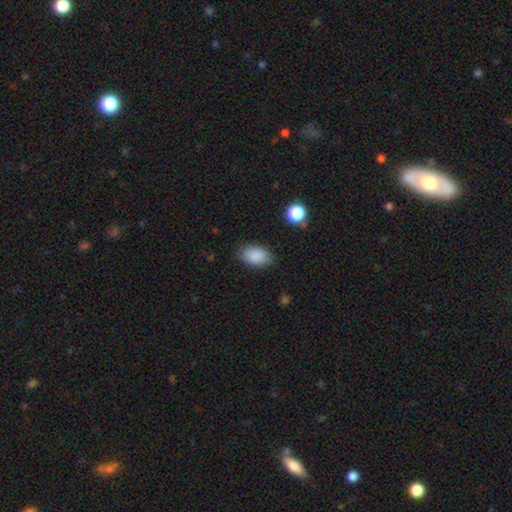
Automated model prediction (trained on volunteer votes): smooth-or-featured: smooth: 88% | star or artifact: 8% | featured or disk: 4%
  how-rounded: in between: 90% | round: 8% | cigar-shaped: 1%
  merging: none: 84% | minor disturbance: 12% | major disturbance: 3% | merger: 1%